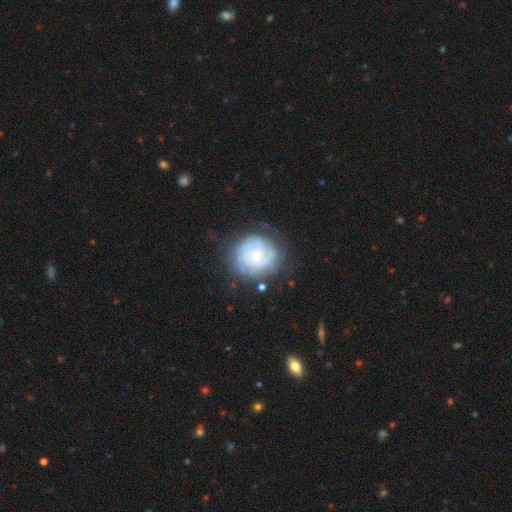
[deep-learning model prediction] Smooth or featured? Predicted: featured or disk (p=0.68). Edge-on disk? Predicted: no (p=0.98). Bar? Predicted: no (p=0.69). Spiral arms? Predicted: yes (p=0.86). Spiral winding? Predicted: tight (p=0.65). Spiral arm count? Predicted: can't tell (p=0.45). Bulge size? Predicted: small (p=0.60). Merging? Predicted: none (p=0.69).